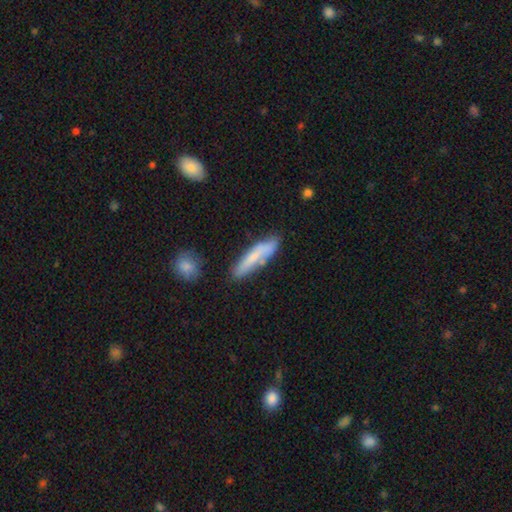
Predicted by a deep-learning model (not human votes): Smooth or featured: smooth — 65% (featured or disk — 29%)
How rounded: cigar-shaped — 79% (in between — 19%)
Merging: none — 68% (minor disturbance — 21%)